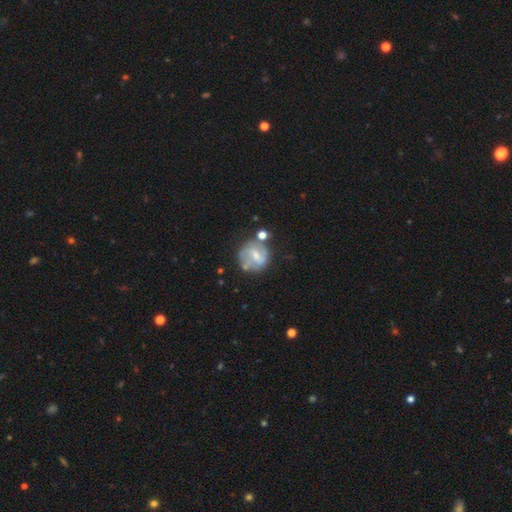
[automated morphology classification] Overall: featured or disk (61%; smooth 31%). Edge-on disk: no (97%). Bar: weak (49%; no 26%). Spiral arms: yes (67%; no 33%). Bulge size: small (46%; moderate 38%). Merging: none (55%; minor disturbance 20%).